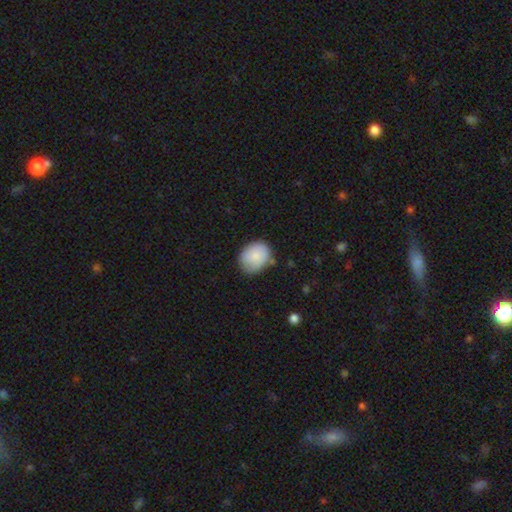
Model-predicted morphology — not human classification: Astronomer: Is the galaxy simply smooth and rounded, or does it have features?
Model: smooth — 84%.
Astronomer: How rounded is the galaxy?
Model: in between — 54% (runner-up: round, 45%).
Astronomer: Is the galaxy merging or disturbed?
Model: none — 68%.